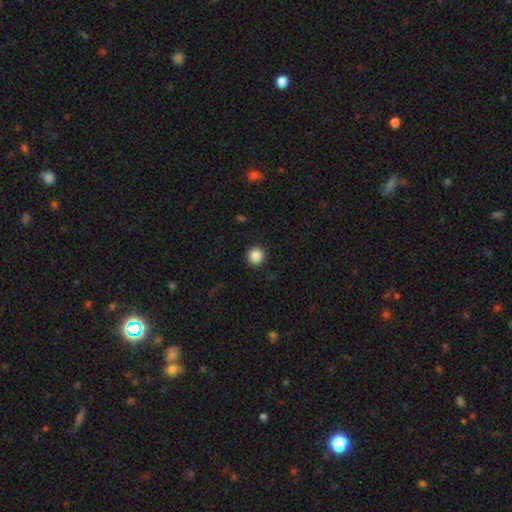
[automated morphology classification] Q: Smooth or featured?
A: smooth (87%); runner-up: star or artifact (10%)
Q: How rounded?
A: round (95%); runner-up: in between (4%)
Q: Merging?
A: none (92%); runner-up: minor disturbance (6%)